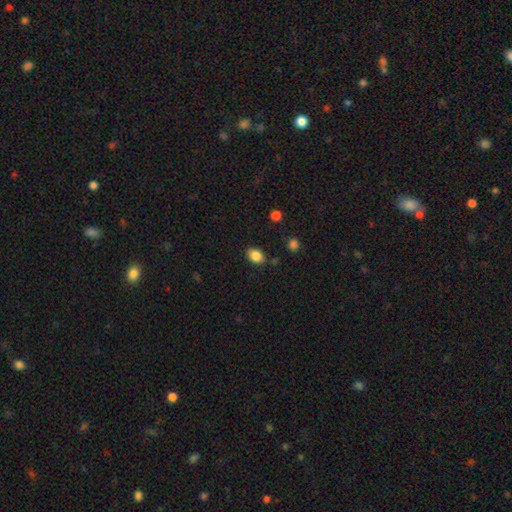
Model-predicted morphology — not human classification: Smooth or featured?
  - smooth: 86% *
  - star or artifact: 9%
  - featured or disk: 4%
How rounded?
  - in between: 75% *
  - round: 24%
  - cigar-shaped: 1%
Merging?
  - none: 80% *
  - minor disturbance: 13%
  - major disturbance: 3%
  - merger: 3%